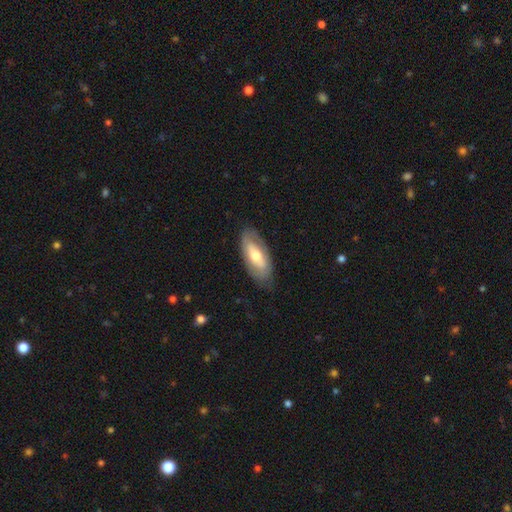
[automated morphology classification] Q: Smooth or featured?
A: featured or disk (49%); runner-up: smooth (46%)
Q: Merging?
A: none (77%); runner-up: minor disturbance (17%)